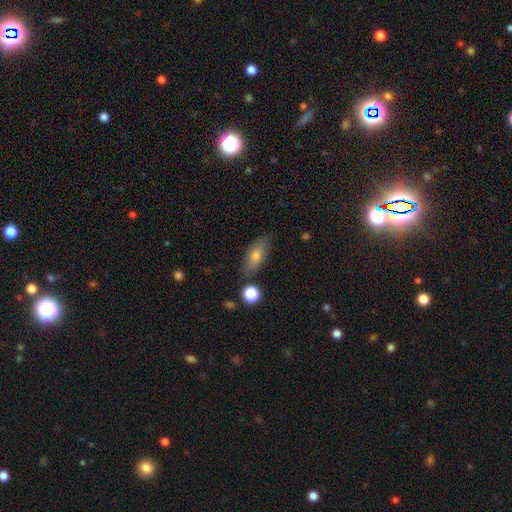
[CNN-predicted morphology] smooth_or_featured: smooth (p=0.69) [alt: featured or disk p=0.23]
how_rounded: in between (p=0.75) [alt: cigar-shaped p=0.20]
merging: none (p=0.81) [alt: minor disturbance p=0.13]